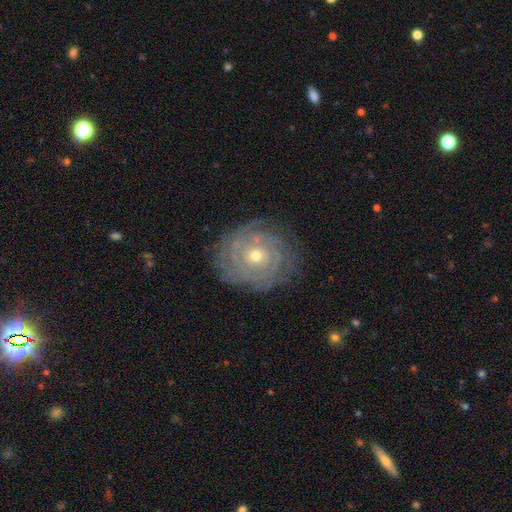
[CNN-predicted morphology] smooth-or-featured: featured or disk: 82% | smooth: 11% | star or artifact: 7%
  disk-edge-on: no: 97% | yes: 3%
    bar: no: 82% | weak: 14% | strong: 4%
    has-spiral-arms: yes: 93% | no: 7%
      spiral-winding: tight: 85% | medium: 12% | loose: 3%
      spiral-arm-count: can't tell: 42% | 3: 15% | 4: 14% | 2: 13% | more than 4: 9% | 1: 7%
    bulge-size: small: 53% | moderate: 44% | large: 1% | none: 1% | dominant: 1%
  merging: none: 80% | minor disturbance: 14% | major disturbance: 5% | merger: 1%